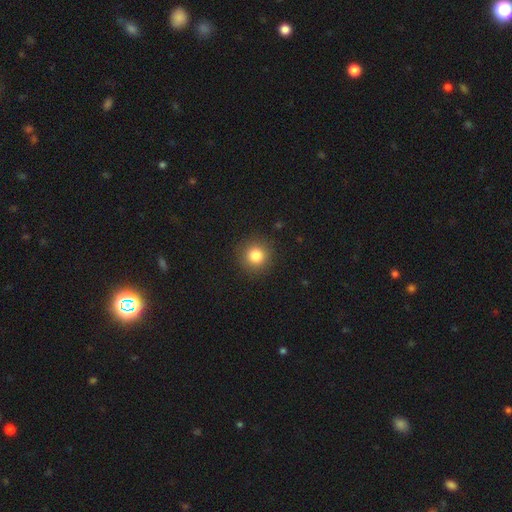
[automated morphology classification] Smooth or featured? smooth (83%)
How rounded? round (94%)
Merging? none (91%)